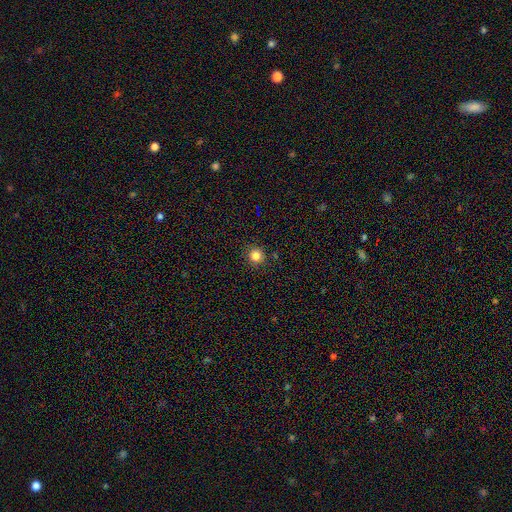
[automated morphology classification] type=smooth (83%); roundness=round (95%); merging=none (90%).